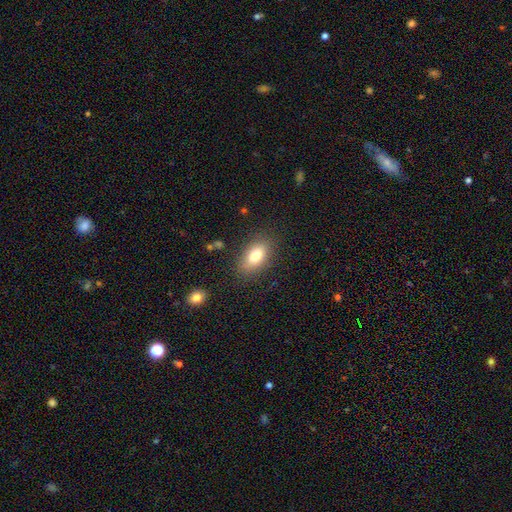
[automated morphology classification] smooth_or_featured: smooth (p=0.78) [alt: featured or disk p=0.13]
how_rounded: in between (p=0.88) [alt: round p=0.07]
merging: none (p=0.84) [alt: minor disturbance p=0.11]